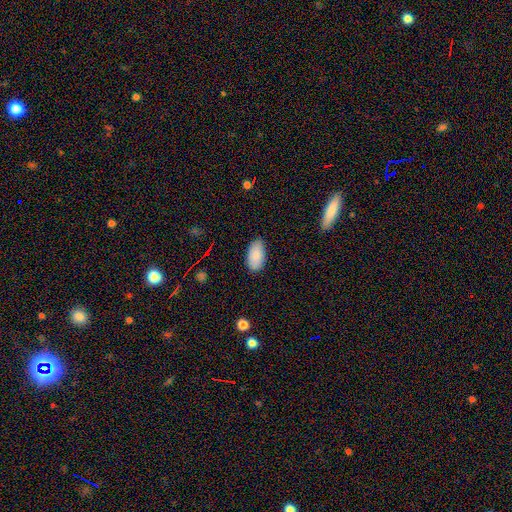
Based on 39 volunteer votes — A smooth galaxy with no disk features (82%) that is in between round and cigar-shaped (88%). Merging: none (56%).